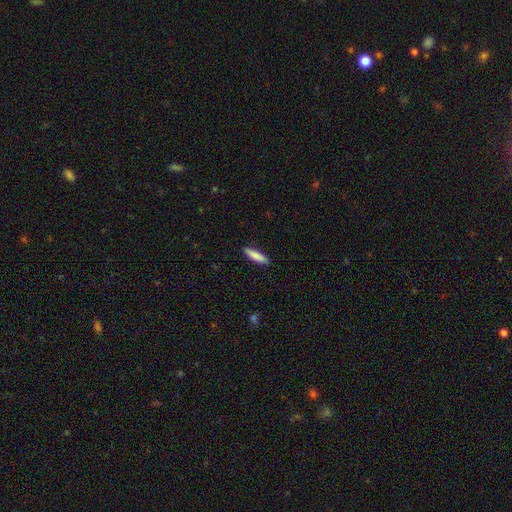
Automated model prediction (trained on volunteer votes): A smooth galaxy with no disk features (84%) that is cigar-shaped (74%). Merging: none (89%).